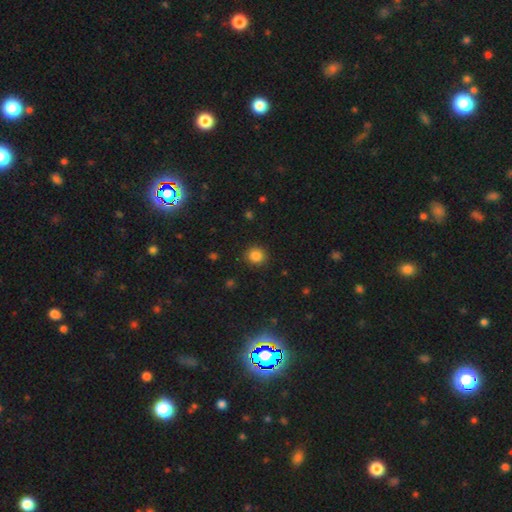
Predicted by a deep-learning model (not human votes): Smooth or featured? Predicted: smooth (p=0.85). How rounded? Predicted: round (p=0.90). Merging? Predicted: none (p=0.91).